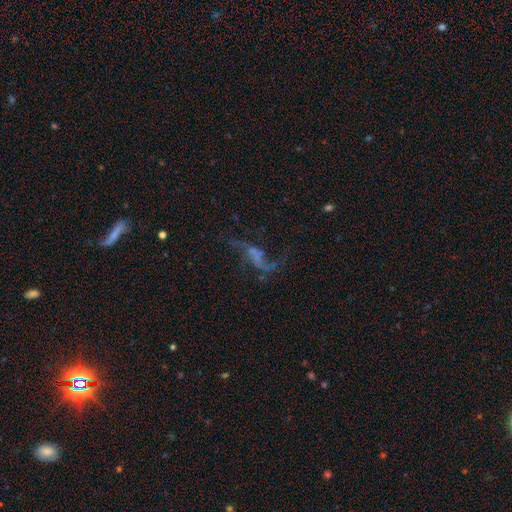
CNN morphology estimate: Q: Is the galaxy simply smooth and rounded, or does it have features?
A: featured or disk — 70%.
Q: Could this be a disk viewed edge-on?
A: no — 95%.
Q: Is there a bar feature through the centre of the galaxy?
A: no — 60%.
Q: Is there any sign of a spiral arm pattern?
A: yes — 72%.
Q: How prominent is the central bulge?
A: none — 66%.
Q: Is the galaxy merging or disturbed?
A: none — 43%.